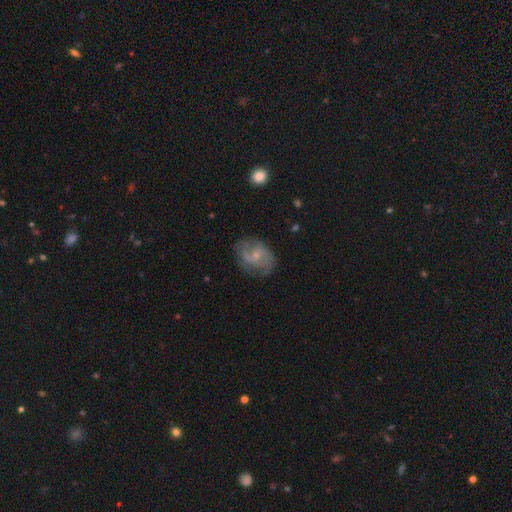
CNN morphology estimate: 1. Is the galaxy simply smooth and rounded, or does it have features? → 76% featured or disk, 18% smooth, 6% star or artifact.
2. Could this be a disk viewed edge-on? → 98% no, 2% yes.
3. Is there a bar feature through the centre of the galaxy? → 51% no, 42% weak, 6% strong.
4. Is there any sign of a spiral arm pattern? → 91% yes, 9% no.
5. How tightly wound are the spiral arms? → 49% medium, 26% loose, 24% tight.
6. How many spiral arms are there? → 74% 2, 13% can't tell, 6% 3, 3% 1, 2% 4, 2% more than 4.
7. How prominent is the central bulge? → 67% small, 24% moderate, 7% none, 1% large, 1% dominant.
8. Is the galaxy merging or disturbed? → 68% none, 21% minor disturbance, 10% major disturbance, 2% merger.